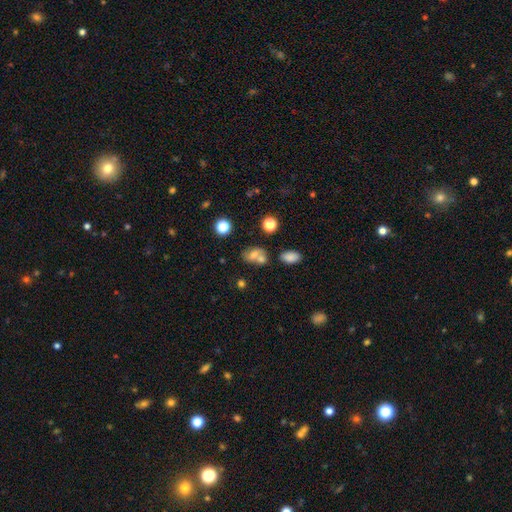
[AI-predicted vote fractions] This appears to be a smooth galaxy with no disk features (63%) that is in between round and cigar-shaped (64%). Merging: merger (46%).